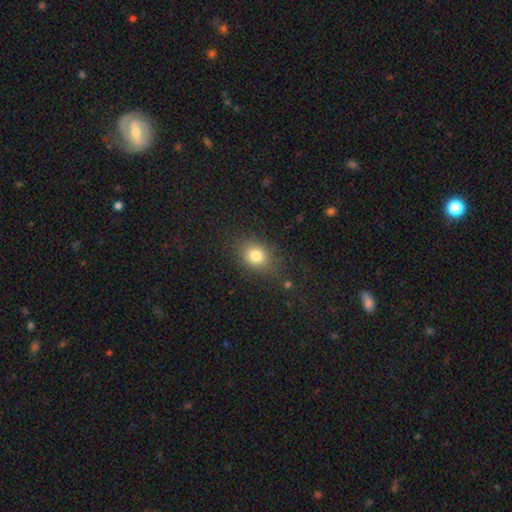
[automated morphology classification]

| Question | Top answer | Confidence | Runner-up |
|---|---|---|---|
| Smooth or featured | smooth | 80% | star or artifact (12%) |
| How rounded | round | 50% | in between (48%) |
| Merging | none | 78% | minor disturbance (14%) |